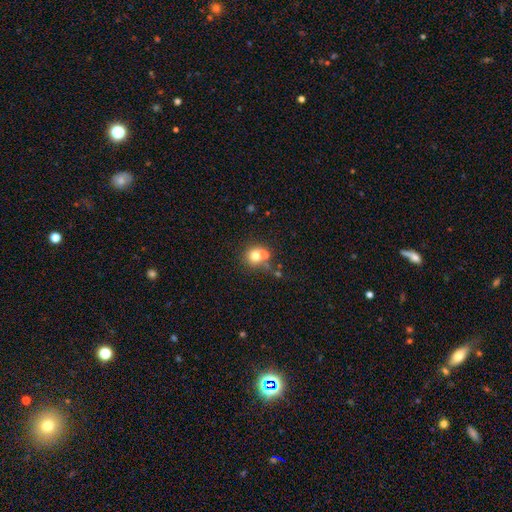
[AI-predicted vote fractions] A smooth galaxy with no disk features (69%) that is round (85%). Merging: merger (46%).